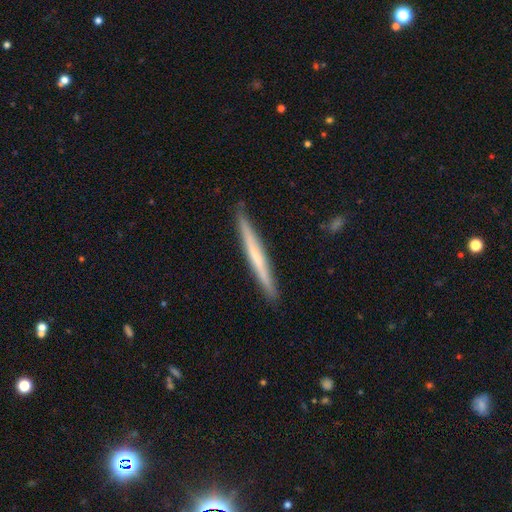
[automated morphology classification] Overall: featured or disk (49%; smooth 46%). Merging: none (90%).